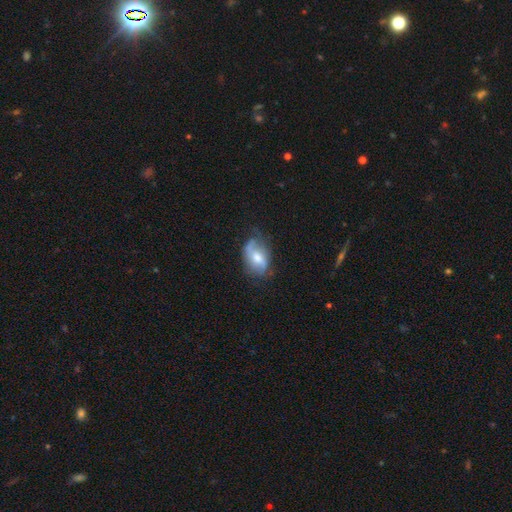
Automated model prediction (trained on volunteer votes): Overall: featured or disk (51%; smooth 41%). Edge-on disk: no (93%). Merging: none (51%; minor disturbance 32%).